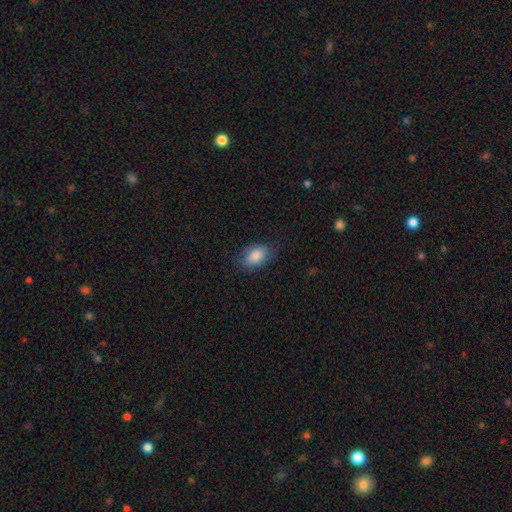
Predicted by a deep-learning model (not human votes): The model was most divided on "merging": none: 77%, minor disturbance: 17%, major disturbance: 5%, merger: 1%. More confident: how rounded — in between (89%); smooth or featured — smooth (85%).